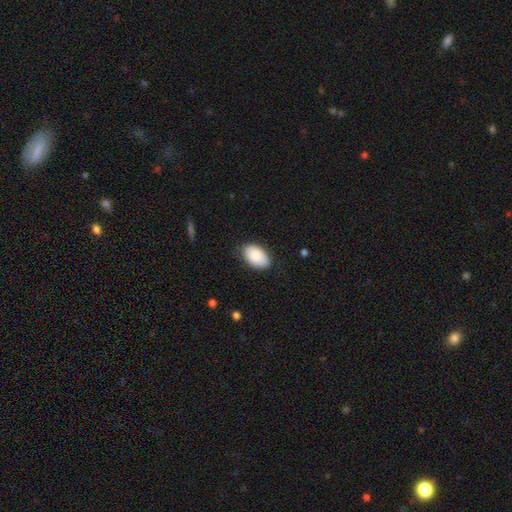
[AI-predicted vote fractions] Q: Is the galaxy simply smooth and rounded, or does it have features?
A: smooth — 89%.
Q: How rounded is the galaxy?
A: in between — 94%.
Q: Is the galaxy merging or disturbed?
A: none — 82%.